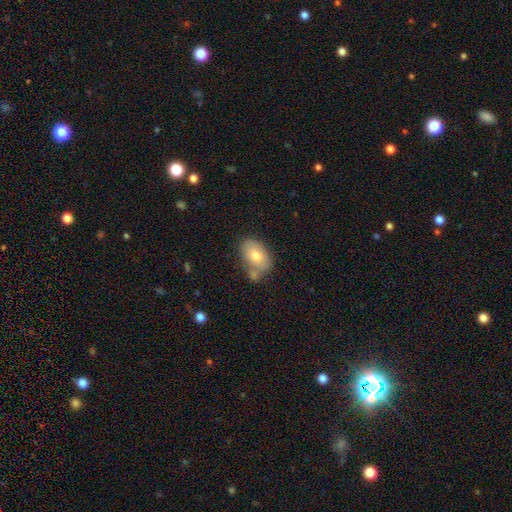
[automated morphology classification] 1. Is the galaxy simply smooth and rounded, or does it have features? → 73% smooth, 20% featured or disk, 7% star or artifact.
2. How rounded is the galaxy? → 87% in between, 11% round, 1% cigar-shaped.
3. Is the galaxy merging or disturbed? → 58% none, 20% merger, 18% minor disturbance, 5% major disturbance.